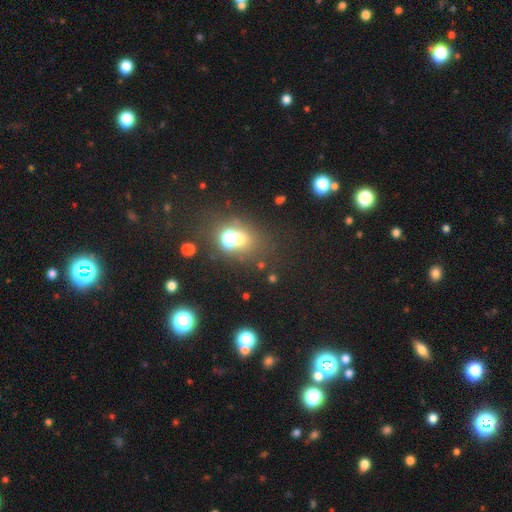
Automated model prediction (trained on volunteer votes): smooth-or-featured: smooth: 54% | star or artifact: 35% | featured or disk: 11%
  how-rounded: in between: 58% | round: 38% | cigar-shaped: 4%
  merging: none: 75% | minor disturbance: 13% | major disturbance: 6% | merger: 6%